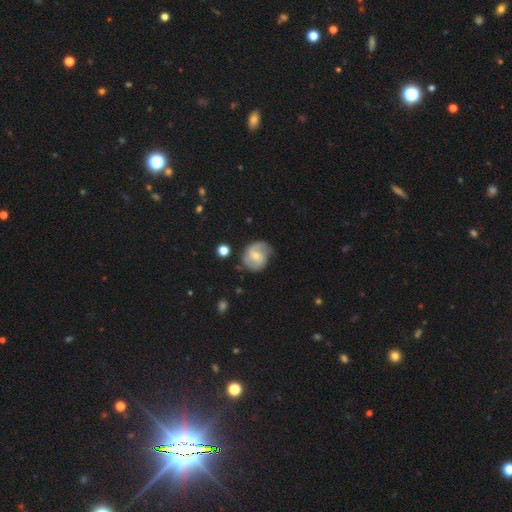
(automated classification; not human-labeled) Smooth or featured? Predicted: featured or disk (p=0.69). Edge-on disk? Predicted: no (p=0.97). Bar? Predicted: weak (p=0.48). Spiral arms? Predicted: yes (p=0.91). Spiral winding? Predicted: medium (p=0.44). Spiral arm count? Predicted: 2 (p=0.74). Bulge size? Predicted: small (p=0.51). Merging? Predicted: none (p=0.66).